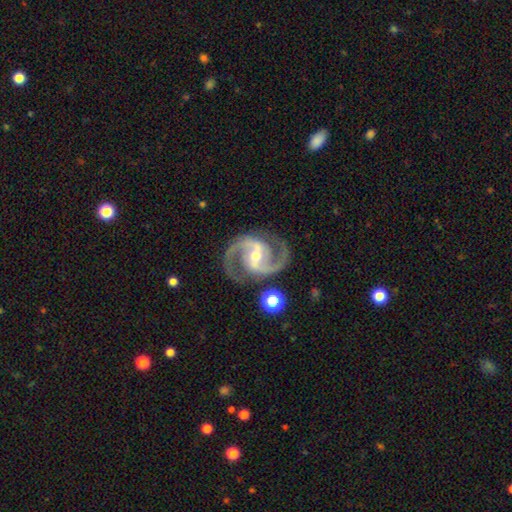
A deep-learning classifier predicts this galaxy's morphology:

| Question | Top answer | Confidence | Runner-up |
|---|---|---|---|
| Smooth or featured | featured or disk | 93% | star or artifact (4%) |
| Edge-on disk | no | 98% | yes (2%) |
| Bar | strong | 44% | weak (39%) |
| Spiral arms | yes | 99% | no (1%) |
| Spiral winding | medium | 69% | tight (18%) |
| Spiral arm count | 2 | 93% | 3 (2%) |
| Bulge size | moderate | 53% | small (42%) |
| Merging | none | 83% | minor disturbance (11%) |